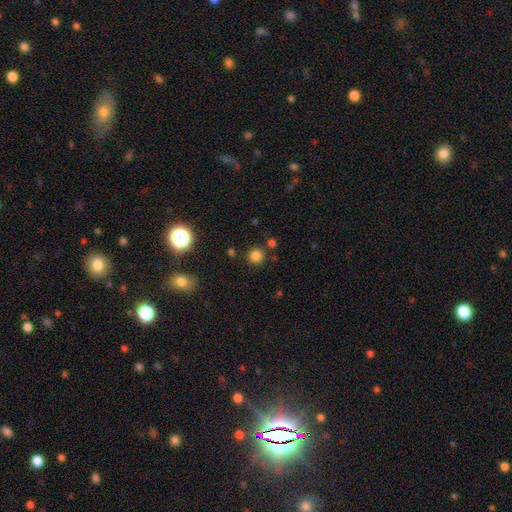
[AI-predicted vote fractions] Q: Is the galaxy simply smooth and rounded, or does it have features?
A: smooth — 78%.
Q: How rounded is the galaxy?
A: round — 93%.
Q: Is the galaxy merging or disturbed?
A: none — 85%.